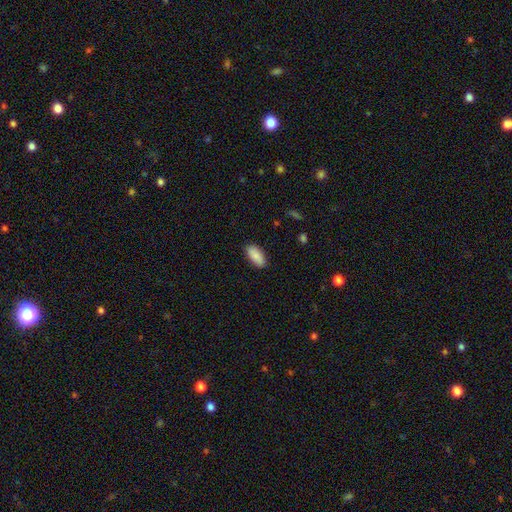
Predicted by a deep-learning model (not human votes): A smooth galaxy with no disk features (88%) that is in between round and cigar-shaped (89%).

Vote fractions:
- Smooth or featured? smooth: 88% / star or artifact: 6% / featured or disk: 6%
- How rounded? in between: 89% / cigar-shaped: 9% / round: 2%
- Merging? none: 87% / minor disturbance: 10% / major disturbance: 2% / merger: 1%